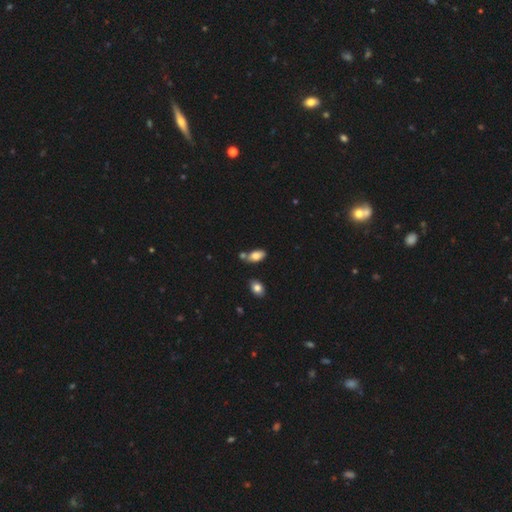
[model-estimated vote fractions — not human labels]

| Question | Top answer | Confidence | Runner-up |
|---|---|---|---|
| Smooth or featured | smooth | 82% | featured or disk (10%) |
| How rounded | in between | 92% | round (4%) |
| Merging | none | 64% | merger (18%) |